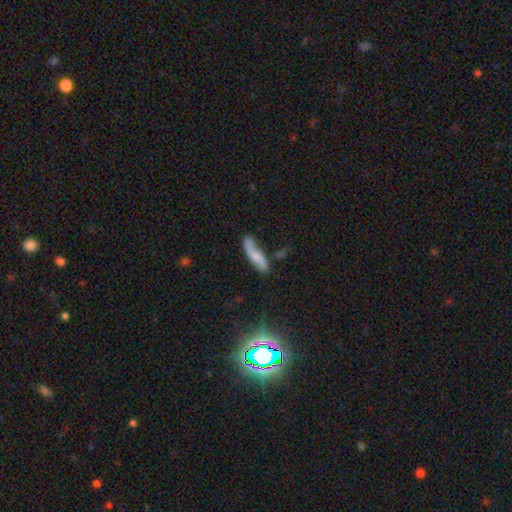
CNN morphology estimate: A featured or disk galaxy (47%).

Vote fractions:
- Smooth or featured? featured or disk: 47% / smooth: 46% / star or artifact: 8%
- Merging? none: 57% / minor disturbance: 25% / major disturbance: 10% / merger: 8%